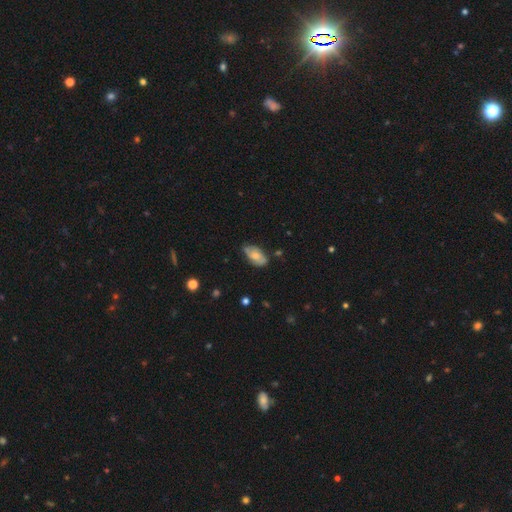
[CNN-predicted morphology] smooth 61%, featured or disk 31%, star or artifact 7%. Down the decision tree: how rounded — in between (92%); merging — none (65%).